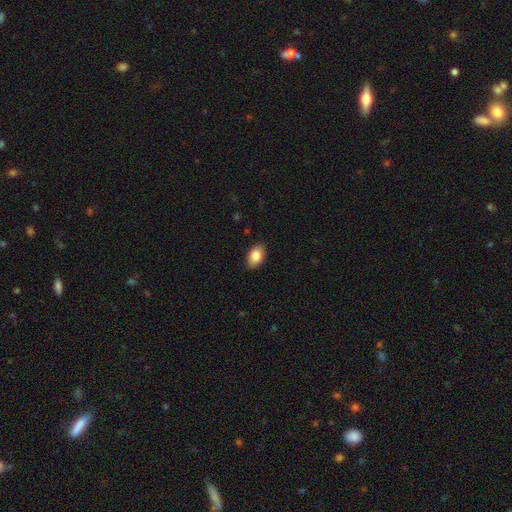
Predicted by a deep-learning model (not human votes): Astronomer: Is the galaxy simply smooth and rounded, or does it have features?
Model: smooth — 85%.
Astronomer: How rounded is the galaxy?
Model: in between — 89%.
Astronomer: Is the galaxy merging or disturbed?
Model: none — 88%.